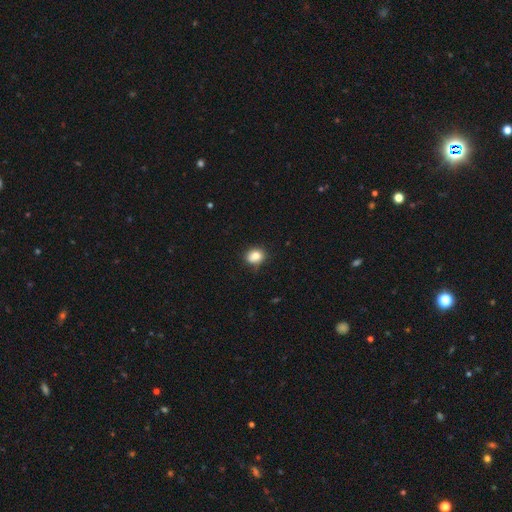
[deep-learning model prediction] This appears to be a smooth galaxy with no disk features (82%) that is round (64%). Merging: none (75%).